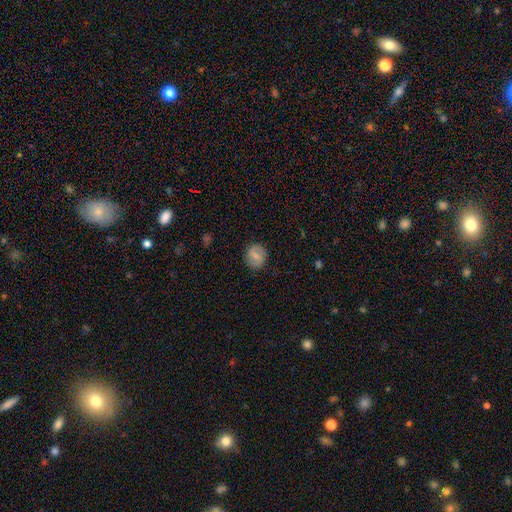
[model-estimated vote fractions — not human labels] smooth_or_featured: smooth (p=0.62) [alt: featured or disk p=0.30]
how_rounded: round (p=0.78) [alt: in between p=0.21]
merging: none (p=0.86) [alt: minor disturbance p=0.10]